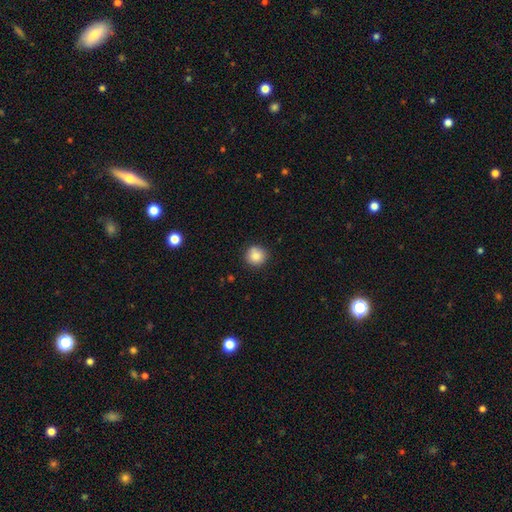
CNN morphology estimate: smooth 84%, star or artifact 10%, featured or disk 6%. Down the decision tree: how rounded — round (93%); merging — none (84%).